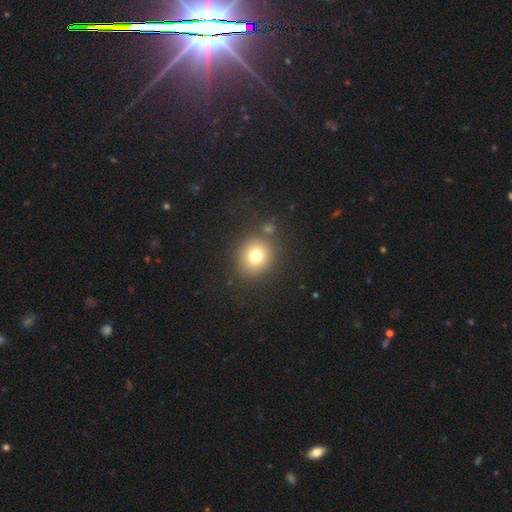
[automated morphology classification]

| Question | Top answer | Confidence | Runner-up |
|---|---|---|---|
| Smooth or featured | smooth | 76% | star or artifact (14%) |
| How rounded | round | 83% | in between (16%) |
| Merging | none | 82% | minor disturbance (8%) |